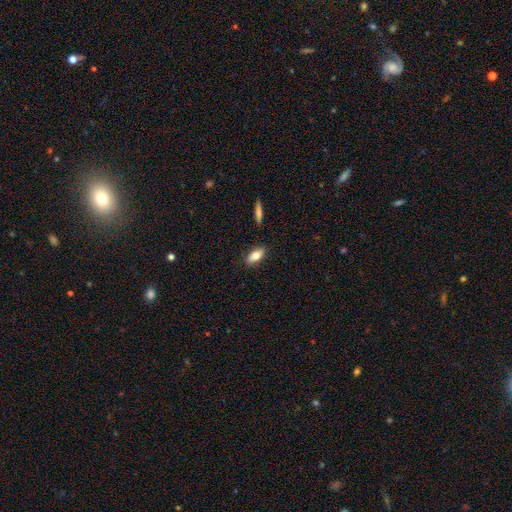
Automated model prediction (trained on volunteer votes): This is likely a smooth galaxy (73%). How rounded: clearly in between (80%). Merging: clearly none (85%).